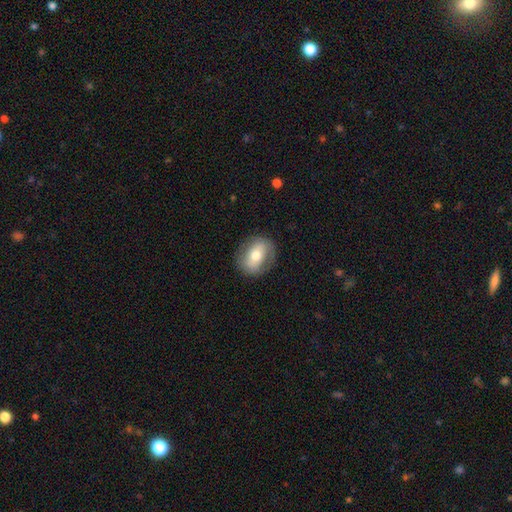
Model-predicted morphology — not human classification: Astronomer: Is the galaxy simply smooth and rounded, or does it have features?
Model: smooth — 57% (runner-up: featured or disk, 36%).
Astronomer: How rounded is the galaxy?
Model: in between — 61% (runner-up: round, 38%).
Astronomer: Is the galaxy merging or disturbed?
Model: none — 82%.